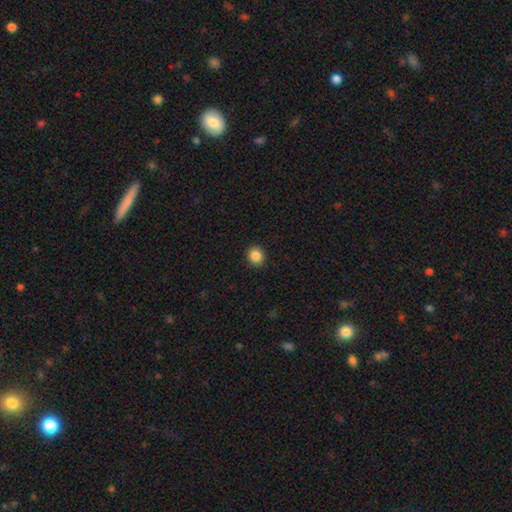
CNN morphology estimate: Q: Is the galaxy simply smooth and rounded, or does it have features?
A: smooth — 87%.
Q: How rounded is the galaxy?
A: round — 86%.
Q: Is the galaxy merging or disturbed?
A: none — 92%.